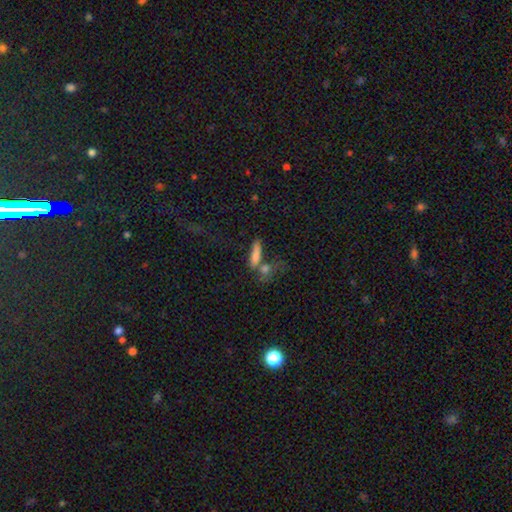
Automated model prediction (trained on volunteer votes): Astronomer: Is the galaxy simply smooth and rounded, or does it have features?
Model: smooth — 72%.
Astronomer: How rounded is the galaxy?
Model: cigar-shaped — 62%.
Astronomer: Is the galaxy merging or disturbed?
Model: none — 43% (runner-up: merger, 35%).